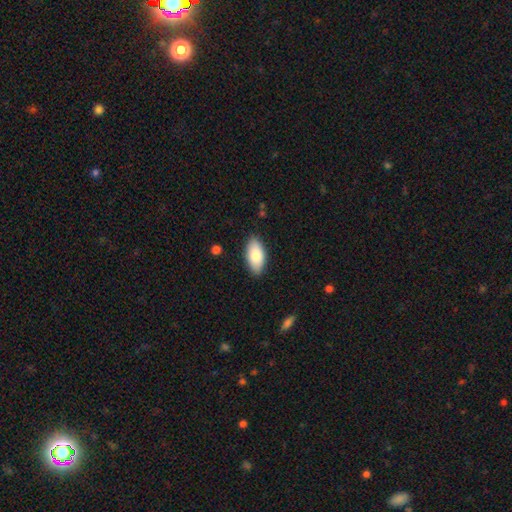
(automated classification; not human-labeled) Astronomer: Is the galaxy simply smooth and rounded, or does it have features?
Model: smooth — 82%.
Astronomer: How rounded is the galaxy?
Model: in between — 93%.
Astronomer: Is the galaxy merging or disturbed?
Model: none — 87%.